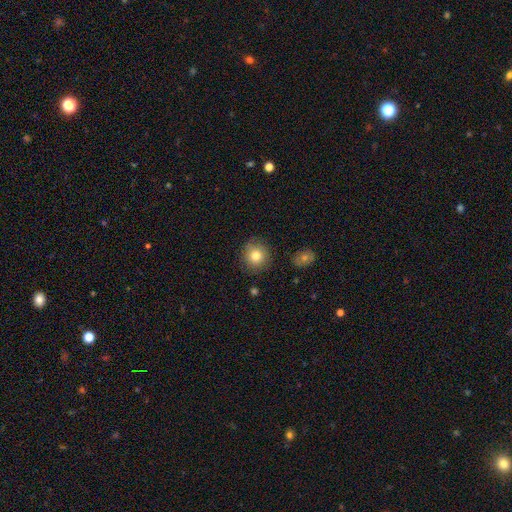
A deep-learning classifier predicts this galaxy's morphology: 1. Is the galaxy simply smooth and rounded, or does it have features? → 81% smooth, 10% star or artifact, 9% featured or disk.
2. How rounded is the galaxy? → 91% round, 8% in between, 1% cigar-shaped.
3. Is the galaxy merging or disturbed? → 85% none, 10% minor disturbance, 3% major disturbance, 2% merger.